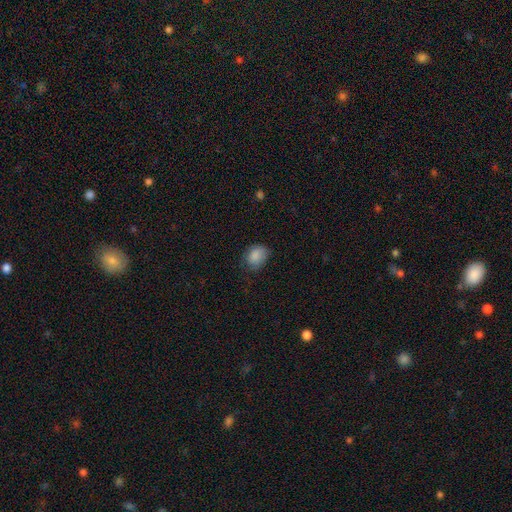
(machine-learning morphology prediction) The model was most divided on "how rounded": in between: 63%, round: 36%, cigar-shaped: 1%. More confident: smooth or featured — smooth (86%); merging — none (63%).